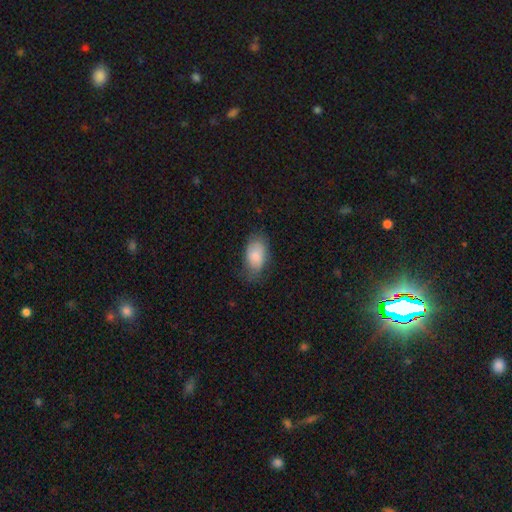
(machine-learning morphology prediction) smooth-or-featured: smooth: 83% | featured or disk: 10% | star or artifact: 7%
  how-rounded: in between: 92% | round: 6% | cigar-shaped: 2%
  merging: none: 61% | minor disturbance: 28% | major disturbance: 10% | merger: 1%